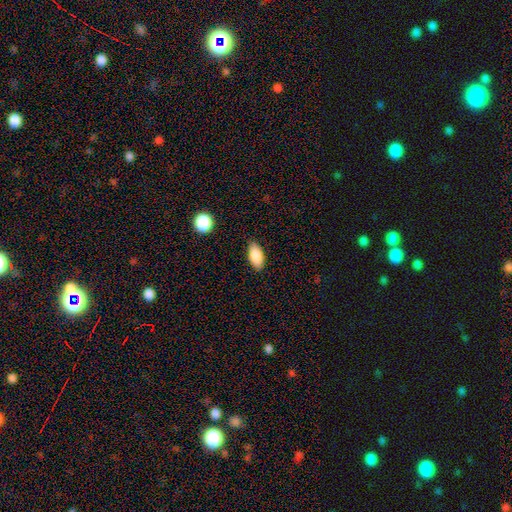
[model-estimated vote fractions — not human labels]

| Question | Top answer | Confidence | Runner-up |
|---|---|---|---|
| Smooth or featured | smooth | 86% | featured or disk (7%) |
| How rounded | in between | 91% | cigar-shaped (6%) |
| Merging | none | 85% | minor disturbance (12%) |